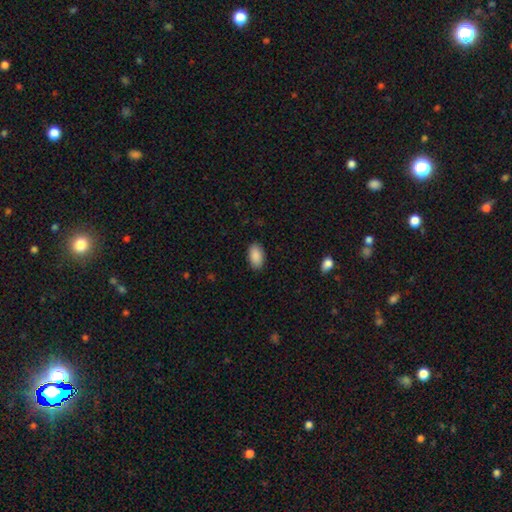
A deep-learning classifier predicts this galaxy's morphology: smooth-or-featured: smooth: 90% | star or artifact: 6% | featured or disk: 4%
  how-rounded: in between: 95% | round: 4% | cigar-shaped: 2%
  merging: none: 88% | minor disturbance: 8% | major disturbance: 2% | merger: 1%